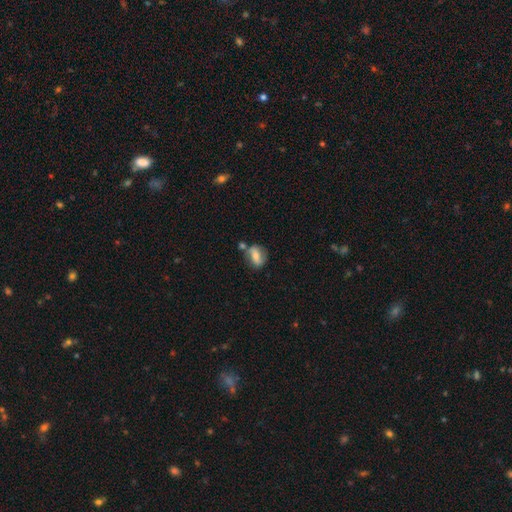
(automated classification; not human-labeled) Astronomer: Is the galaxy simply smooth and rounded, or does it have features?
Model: smooth — 51% (runner-up: featured or disk, 41%).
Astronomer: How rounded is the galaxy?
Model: in between — 66%.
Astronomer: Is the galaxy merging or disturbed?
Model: none — 58%.